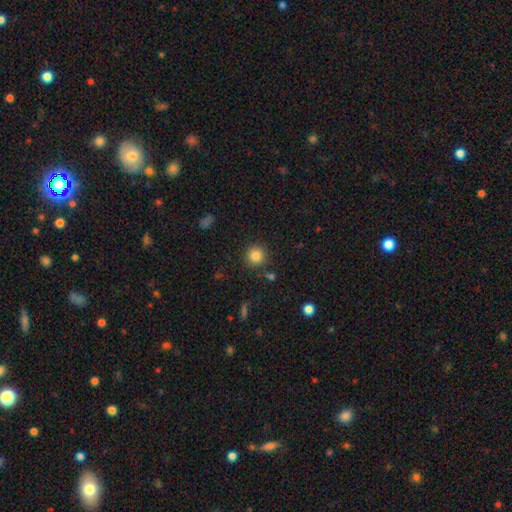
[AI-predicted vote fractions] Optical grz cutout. It shows a smooth galaxy with no disk features (83%) that is round (94%). Merging: none (89%).